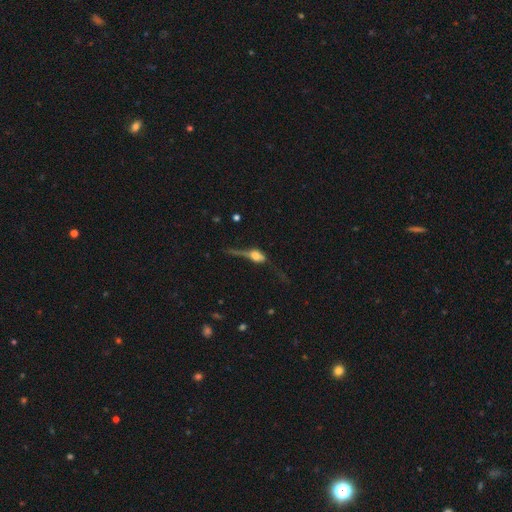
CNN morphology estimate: A featured or disk galaxy (50%) viewed edge-on (74%).

Vote fractions:
- Smooth or featured? featured or disk: 50% / smooth: 38% / star or artifact: 12%
- Edge-on disk? yes: 74% / no: 26%
- Merging? major disturbance: 41% / none: 29% / minor disturbance: 22% / merger: 8%